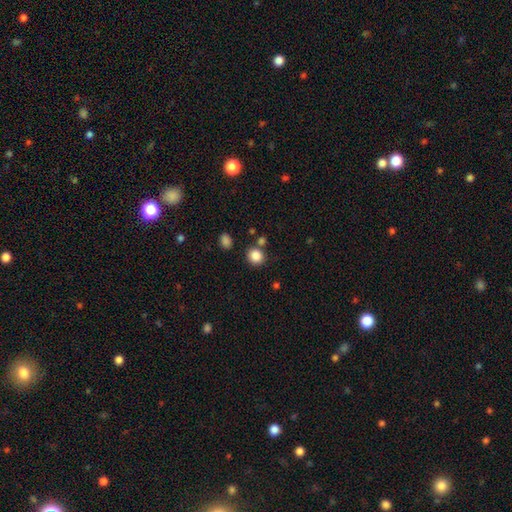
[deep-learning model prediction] smooth_or_featured: smooth (p=0.86) [alt: star or artifact p=0.10]
how_rounded: round (p=0.85) [alt: in between p=0.14]
merging: none (p=0.79) [alt: merger p=0.09]